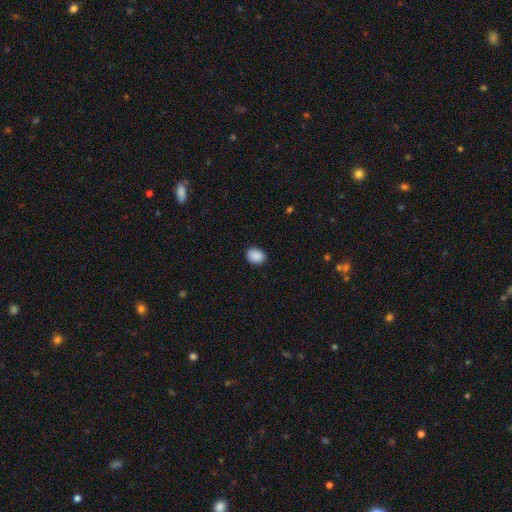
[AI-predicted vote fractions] Smooth or featured?
  - smooth: 89% *
  - star or artifact: 8%
  - featured or disk: 3%
How rounded?
  - in between: 50% *
  - round: 49%
  - cigar-shaped: 1%
Merging?
  - none: 88% *
  - minor disturbance: 9%
  - major disturbance: 2%
  - merger: 1%